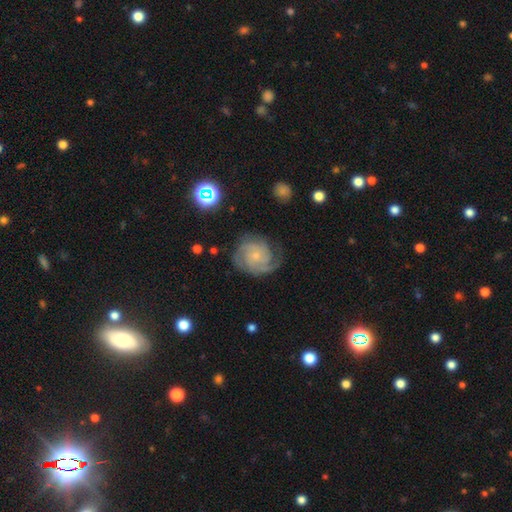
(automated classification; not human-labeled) A featured or disk galaxy (84%) with no bar (76%), 3 (36%) tight (59%) spiral arms (97%) and a small central bulge (77%). Merging: none (72%).